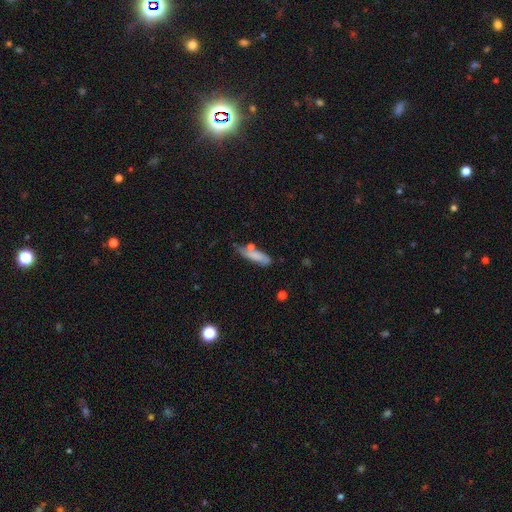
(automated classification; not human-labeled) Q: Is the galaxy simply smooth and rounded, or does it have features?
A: smooth — 73%.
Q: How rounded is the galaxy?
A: cigar-shaped — 60%.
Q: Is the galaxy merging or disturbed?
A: none — 52%.